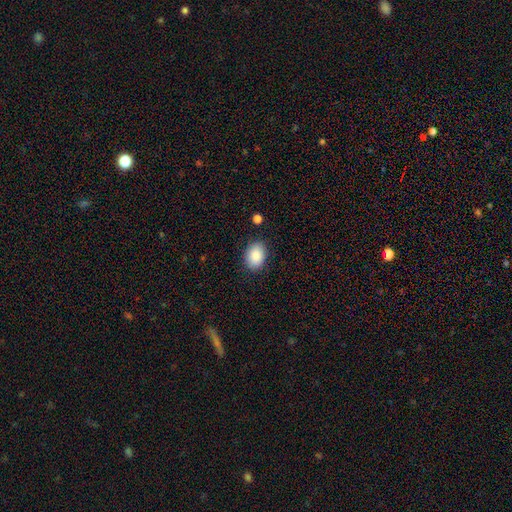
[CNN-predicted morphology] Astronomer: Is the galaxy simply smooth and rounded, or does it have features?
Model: smooth — 89%.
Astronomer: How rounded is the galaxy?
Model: in between — 79%.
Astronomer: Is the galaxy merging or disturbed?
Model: none — 85%.